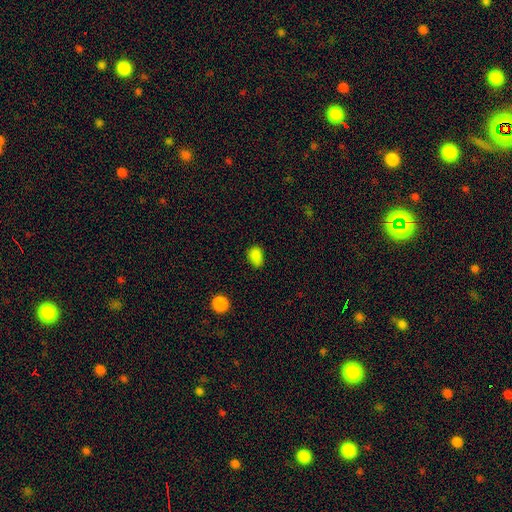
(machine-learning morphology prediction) Smooth or featured: smooth — 84% (star or artifact — 13%)
How rounded: in between — 78% (round — 21%)
Merging: none — 73% (minor disturbance — 21%)